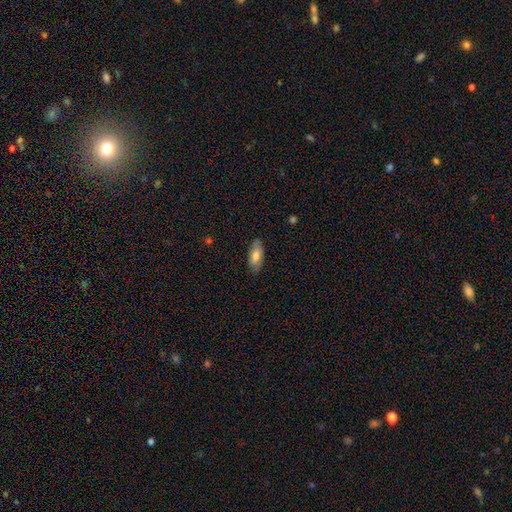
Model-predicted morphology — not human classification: A smooth galaxy with no disk features (69%) that is in between round and cigar-shaped (84%).

Vote fractions:
- Smooth or featured? smooth: 69% / featured or disk: 25% / star or artifact: 6%
- How rounded? in between: 84% / cigar-shaped: 14% / round: 2%
- Merging? none: 82% / minor disturbance: 14% / major disturbance: 3% / merger: 1%